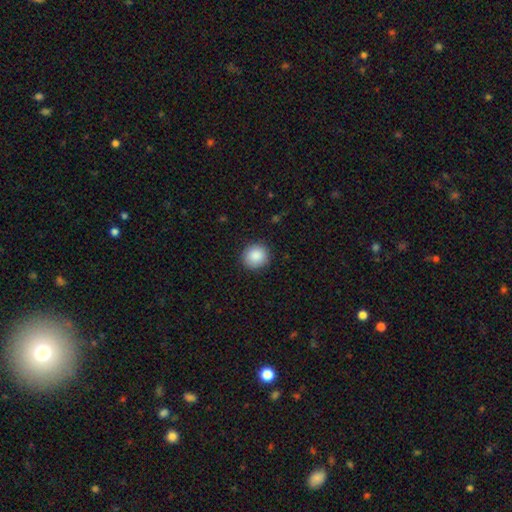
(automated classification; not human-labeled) Smooth or featured?
  - smooth: 89% *
  - star or artifact: 8%
  - featured or disk: 3%
How rounded?
  - round: 88% *
  - in between: 11%
  - cigar-shaped: 1%
Merging?
  - none: 90% *
  - minor disturbance: 7%
  - major disturbance: 2%
  - merger: 1%